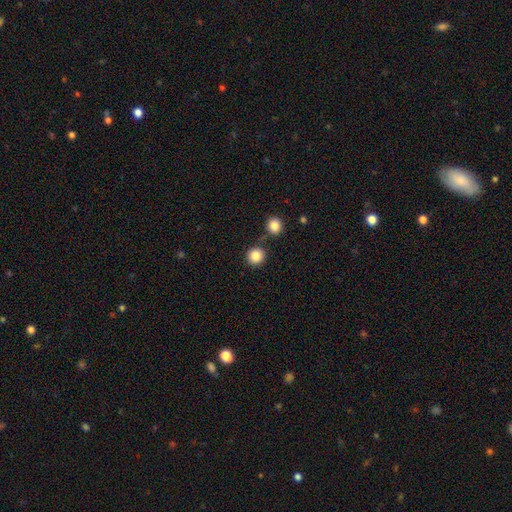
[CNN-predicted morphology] smooth_or_featured: smooth (p=0.86) [alt: star or artifact p=0.10]
how_rounded: round (p=0.92) [alt: in between p=0.07]
merging: none (p=0.79) [alt: merger p=0.10]